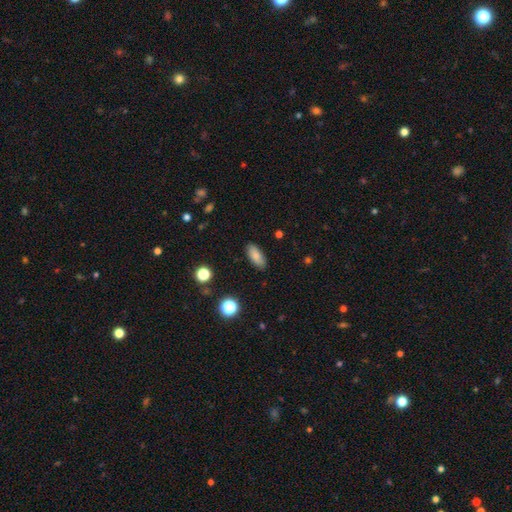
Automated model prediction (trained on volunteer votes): smooth 82%, featured or disk 10%, star or artifact 9%. Down the decision tree: how rounded — in between (84%); merging — none (87%).